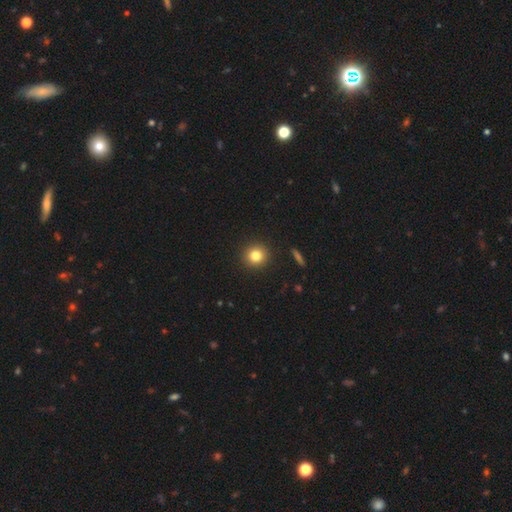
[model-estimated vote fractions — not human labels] Overall: smooth (81%). How rounded: round (93%). Merging: none (92%).